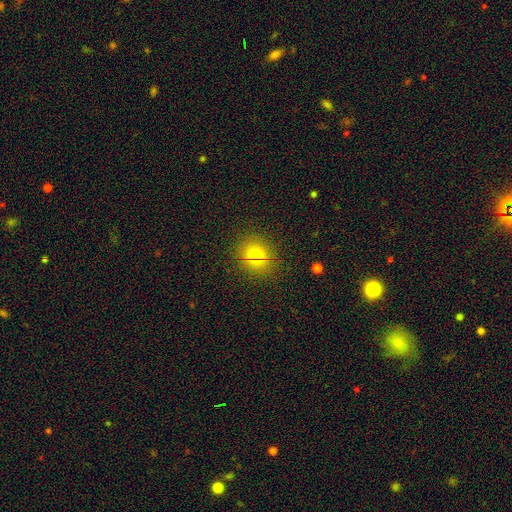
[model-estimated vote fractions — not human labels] Q: Smooth or featured?
A: smooth (71%); runner-up: star or artifact (19%)
Q: How rounded?
A: round (80%); runner-up: in between (19%)
Q: Merging?
A: none (87%); runner-up: minor disturbance (8%)